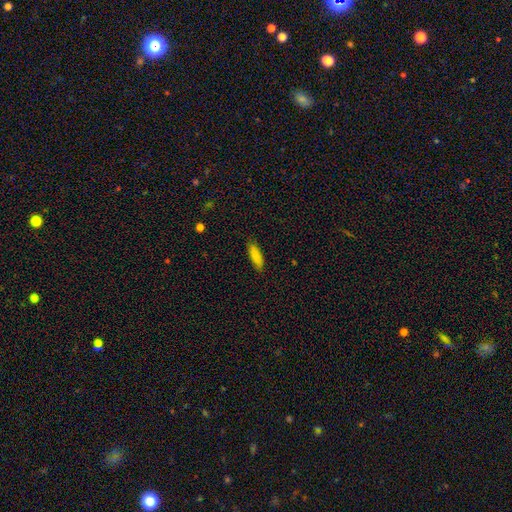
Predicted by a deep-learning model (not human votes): This appears to be a smooth galaxy with no disk features (86%) that is in between round and cigar-shaped (51%). Merging: none (85%).